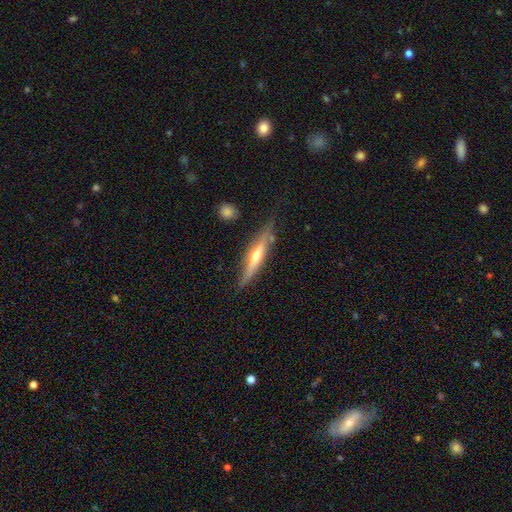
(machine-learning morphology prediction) Overall: featured or disk (69%). Edge-on disk: yes (95%). Edge-on bulge: rounded (86%). Merging: none (78%).